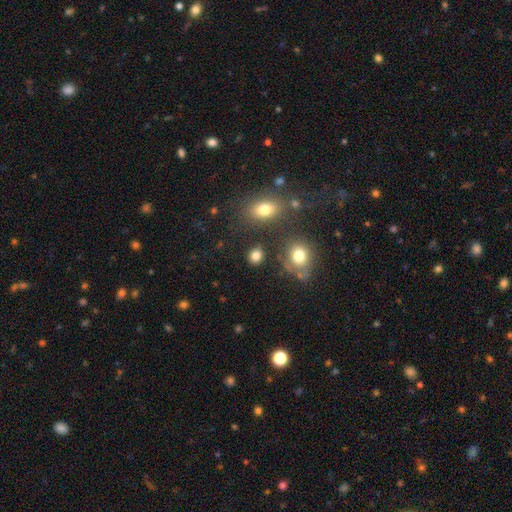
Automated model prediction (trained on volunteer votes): smooth-or-featured: smooth: 82% | star or artifact: 12% | featured or disk: 6%
  how-rounded: round: 70% | in between: 29% | cigar-shaped: 1%
  merging: none: 81% | minor disturbance: 9% | merger: 6% | major disturbance: 4%